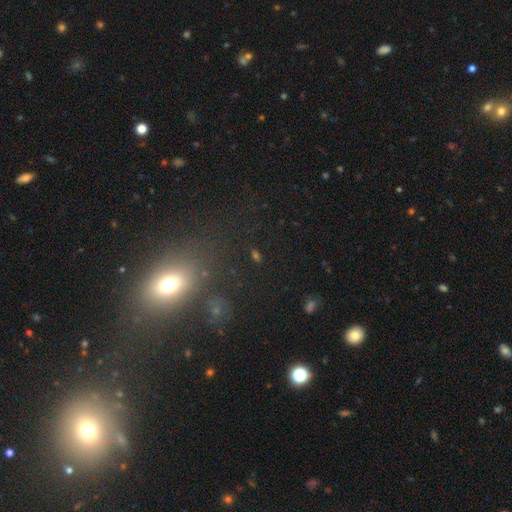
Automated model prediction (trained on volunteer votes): Morphology: type=smooth (50%); roundness=in between (49%); merging=none (72%).